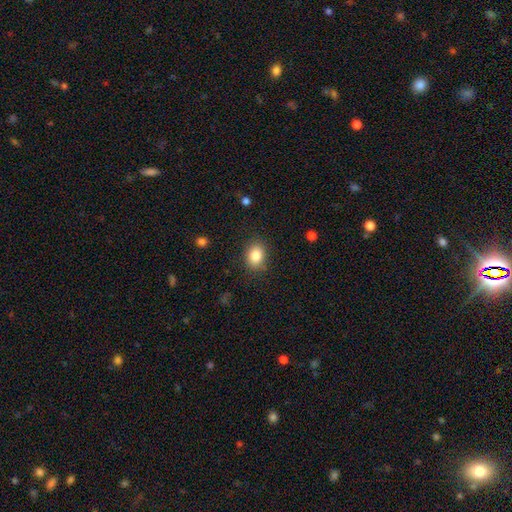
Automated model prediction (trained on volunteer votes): smooth_or_featured: smooth (p=0.85) [alt: star or artifact p=0.09]
how_rounded: in between (p=0.60) [alt: round p=0.39]
merging: none (p=0.84) [alt: minor disturbance p=0.11]